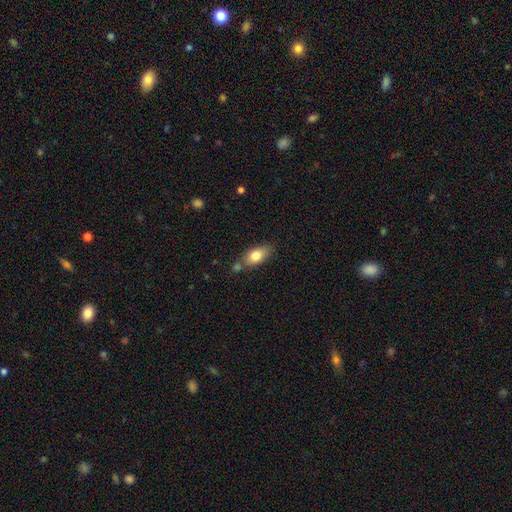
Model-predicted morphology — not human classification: Smooth or featured: smooth — 79% (featured or disk — 14%)
How rounded: in between — 85% (cigar-shaped — 8%)
Merging: none — 62% (minor disturbance — 18%)